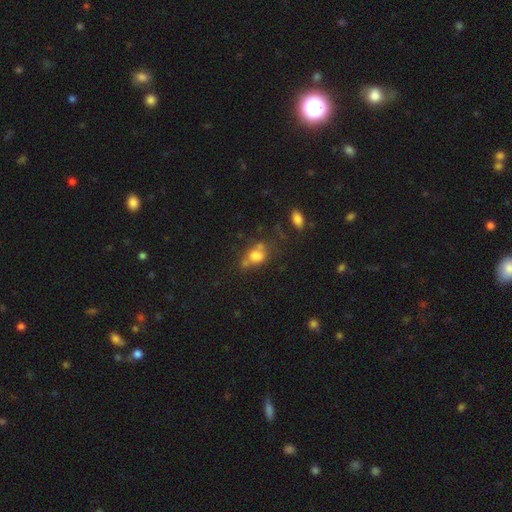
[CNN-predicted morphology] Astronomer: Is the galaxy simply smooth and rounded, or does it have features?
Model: smooth — 65%.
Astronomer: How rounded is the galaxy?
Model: in between — 64%.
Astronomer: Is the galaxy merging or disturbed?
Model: none — 35% (runner-up: merger, 27%).